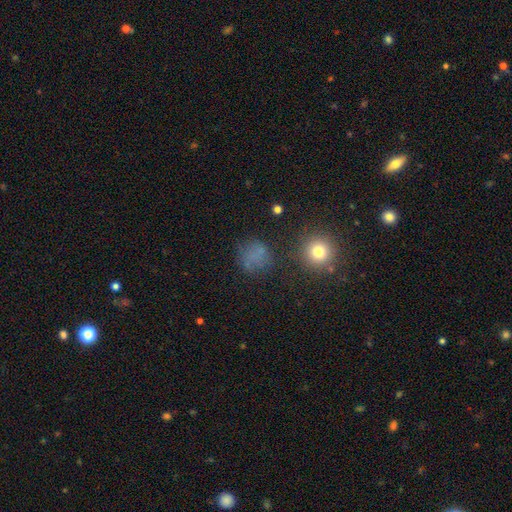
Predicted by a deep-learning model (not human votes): This is likely a smooth galaxy (65%). How rounded: clearly round (83%). Merging: likely none (65%).